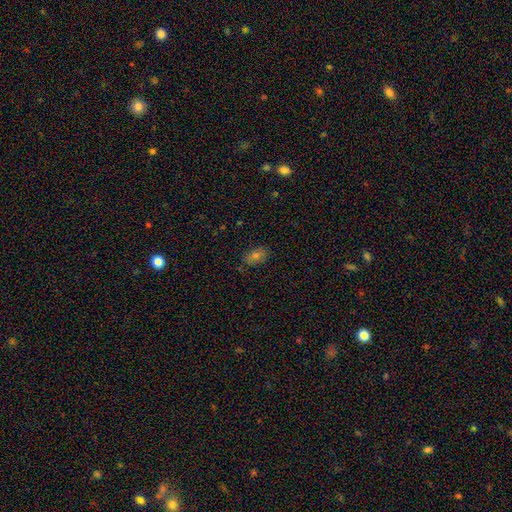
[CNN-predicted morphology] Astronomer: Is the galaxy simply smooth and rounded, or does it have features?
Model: smooth — 62%.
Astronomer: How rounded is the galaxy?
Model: in between — 83%.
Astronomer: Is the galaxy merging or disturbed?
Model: none — 79%.